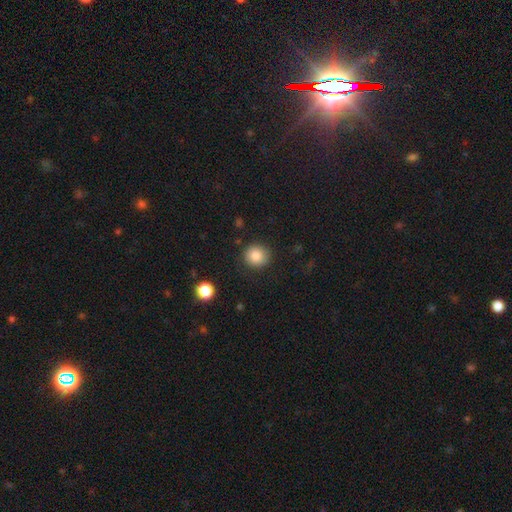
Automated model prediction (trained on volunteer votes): Overall: smooth (85%). How rounded: round (88%). Merging: none (87%).